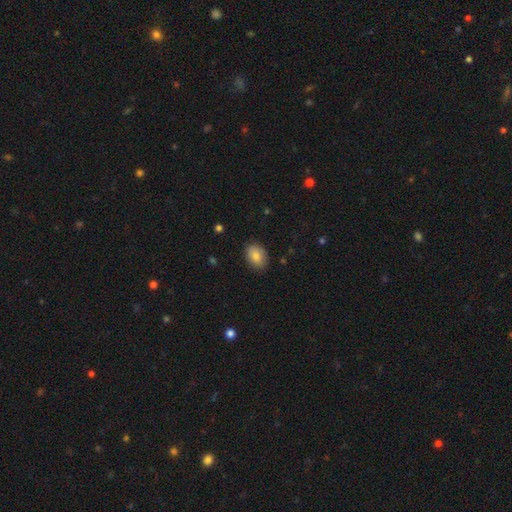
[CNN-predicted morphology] This appears to be a smooth galaxy with no disk features (81%) that is in between round and cigar-shaped (76%). Merging: none (83%).